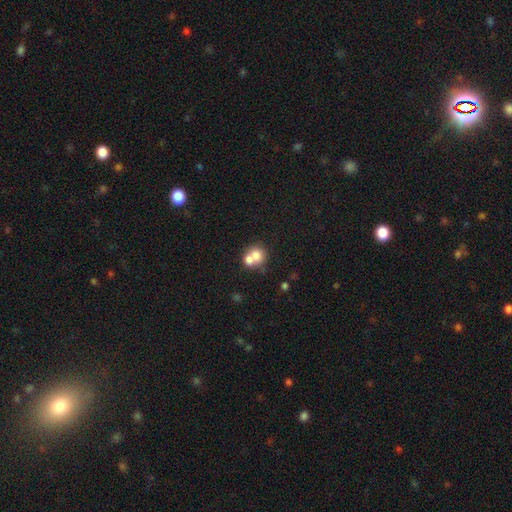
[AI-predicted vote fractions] Smooth or featured: smooth — 71% (featured or disk — 19%)
How rounded: round — 74% (in between — 25%)
Merging: merger — 61% (none — 30%)